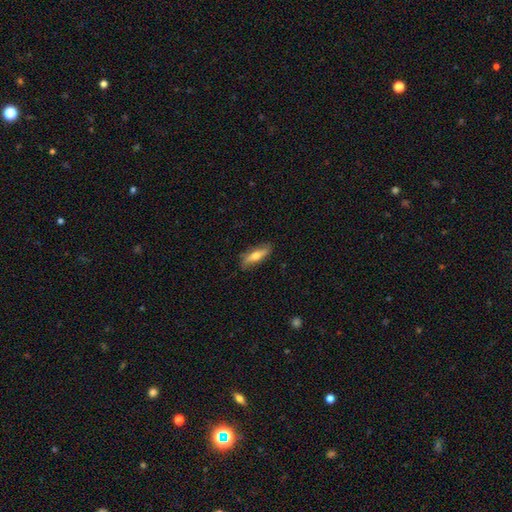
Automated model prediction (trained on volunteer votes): Smooth or featured: smooth — 59% (featured or disk — 35%)
How rounded: cigar-shaped — 52% (in between — 45%)
Merging: none — 78% (minor disturbance — 17%)